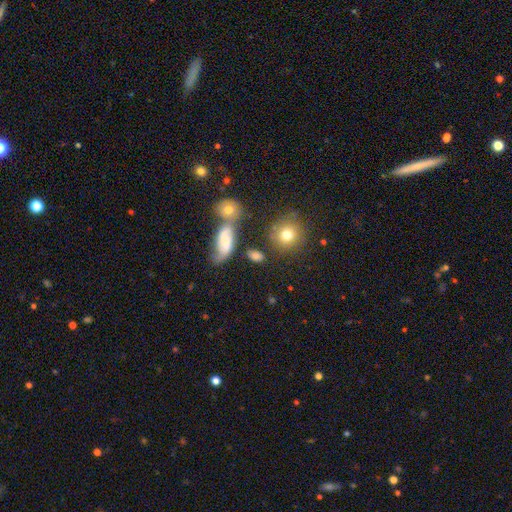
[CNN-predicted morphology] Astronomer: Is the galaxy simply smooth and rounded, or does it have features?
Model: smooth — 69%.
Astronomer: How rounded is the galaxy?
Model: in between — 72%.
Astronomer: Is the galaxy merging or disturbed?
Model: none — 57%.